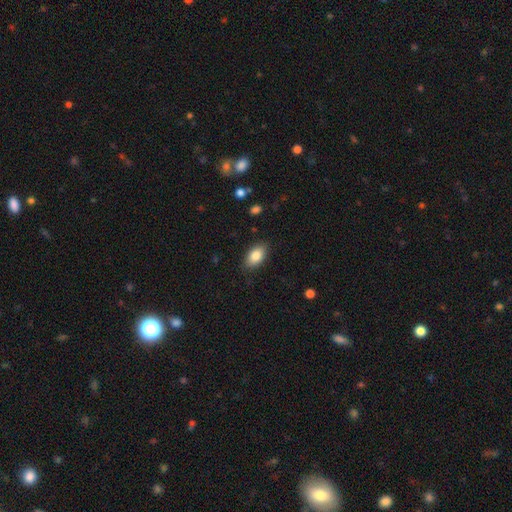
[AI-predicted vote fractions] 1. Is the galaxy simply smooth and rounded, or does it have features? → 85% smooth, 8% featured or disk, 7% star or artifact.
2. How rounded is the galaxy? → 91% in between, 6% round, 2% cigar-shaped.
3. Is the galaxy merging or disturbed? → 85% none, 11% minor disturbance, 3% major disturbance, 1% merger.